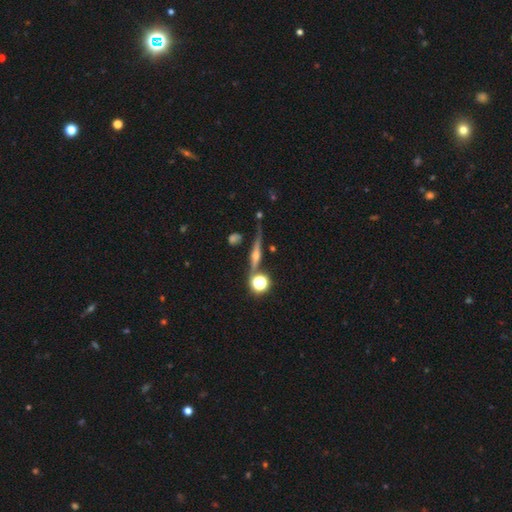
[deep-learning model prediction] Smooth or featured: featured or disk — 75% (smooth — 14%)
Edge-on disk: yes — 95% (no — 5%)
Edge-on bulge: rounded — 91% (boxy — 5%)
Merging: none — 77% (minor disturbance — 12%)